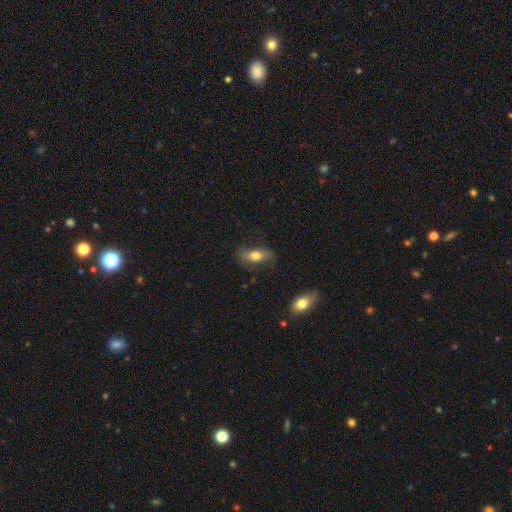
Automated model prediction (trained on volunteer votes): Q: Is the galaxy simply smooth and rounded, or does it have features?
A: smooth — 60%.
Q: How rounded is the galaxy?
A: in between — 75%.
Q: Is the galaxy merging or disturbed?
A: none — 68%.